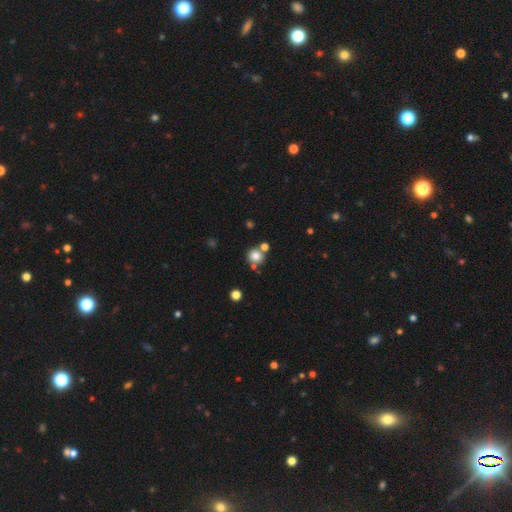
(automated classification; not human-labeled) The model was most divided on "merging": none: 67%, merger: 20%, minor disturbance: 9%, major disturbance: 3%. More confident: how rounded — round (90%); smooth or featured — smooth (78%).